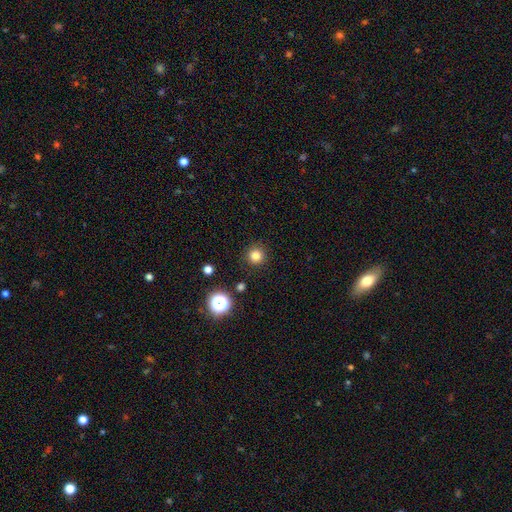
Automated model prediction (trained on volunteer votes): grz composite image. It shows a smooth galaxy with no disk features (81%) that is round (95%). Merging: none (91%).